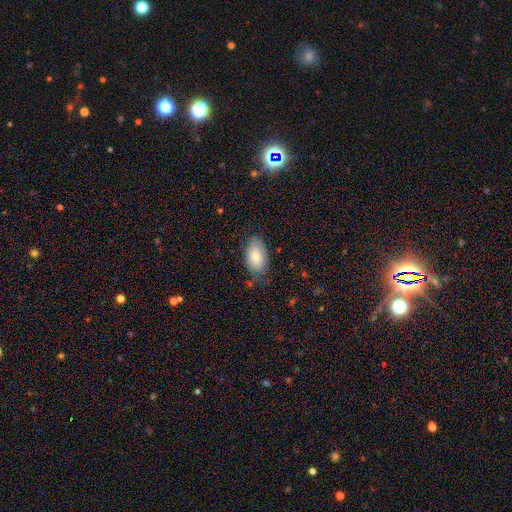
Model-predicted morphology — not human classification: A smooth galaxy with no disk features (78%) that is in between round and cigar-shaped (94%).

Vote fractions:
- Smooth or featured? smooth: 78% / featured or disk: 15% / star or artifact: 7%
- How rounded? in between: 94% / round: 4% / cigar-shaped: 2%
- Merging? none: 74% / minor disturbance: 19% / major disturbance: 4% / merger: 2%